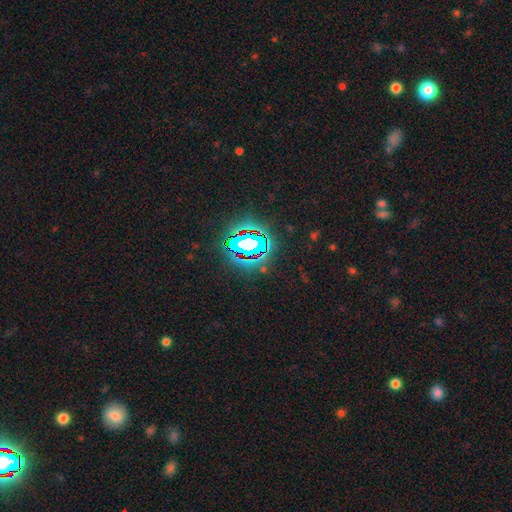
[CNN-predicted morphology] Smooth or featured: star or artifact — 82% (smooth — 11%)